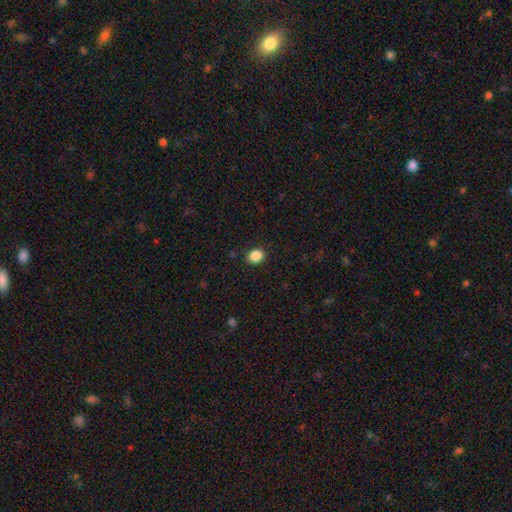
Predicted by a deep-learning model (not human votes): This appears to be a smooth galaxy with no disk features (87%) that is round (60%). Merging: none (89%).